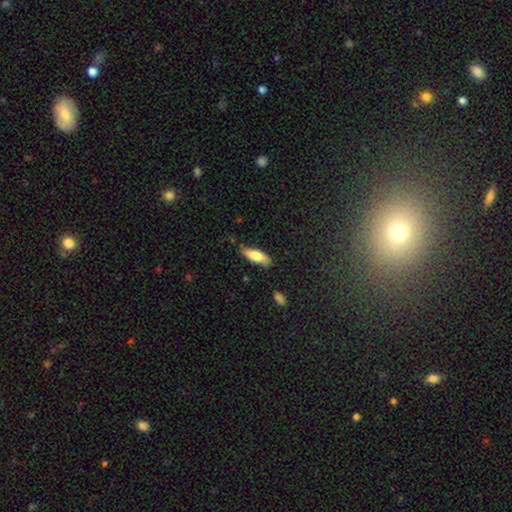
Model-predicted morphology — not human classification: A smooth galaxy with no disk features (73%) that is in between round and cigar-shaped (61%). Merging: none (72%).